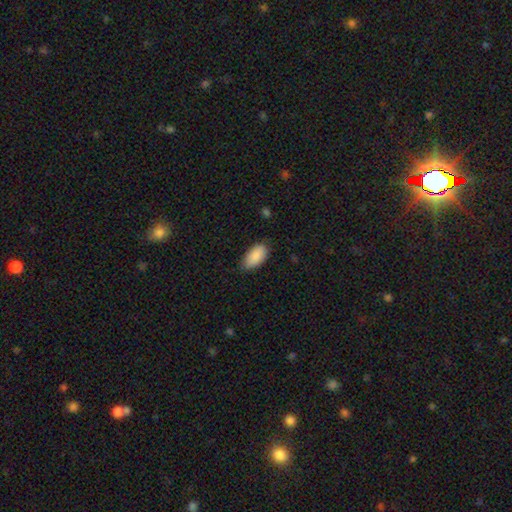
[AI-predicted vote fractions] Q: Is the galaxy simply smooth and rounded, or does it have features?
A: smooth — 88%.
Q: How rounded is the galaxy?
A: in between — 94%.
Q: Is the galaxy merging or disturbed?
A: none — 74%.